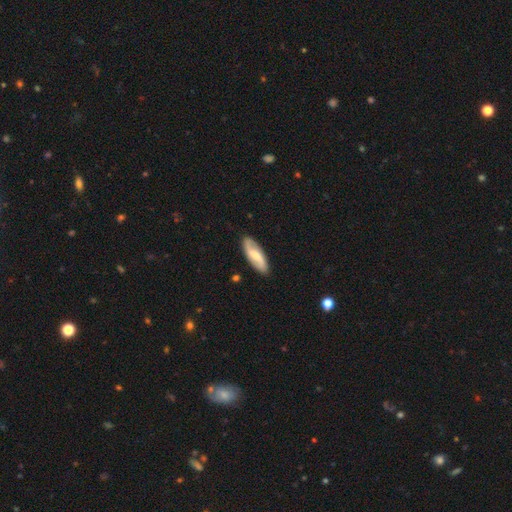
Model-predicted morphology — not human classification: smooth_or_featured: featured or disk (p=0.60) [alt: smooth p=0.34]
disk_edge_on: no (p=0.90) [alt: yes p=0.10]
bar: weak (p=0.49) [alt: no p=0.29]
has_spiral_arms: yes (p=0.91) [alt: no p=0.09]
bulge_size: moderate (p=0.39) [alt: small p=0.32]
merging: none (p=0.87) [alt: minor disturbance p=0.10]